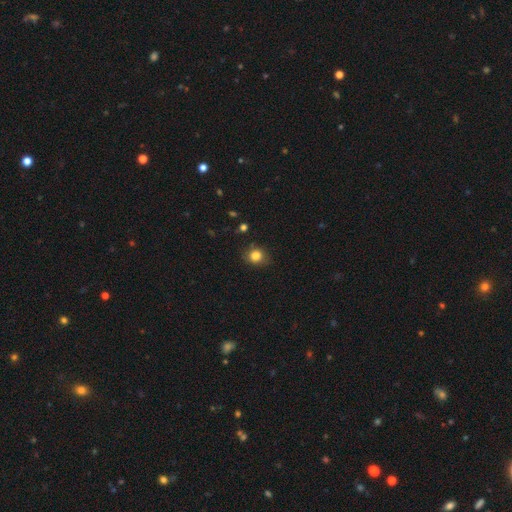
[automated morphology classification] A smooth galaxy with no disk features (83%) that is round (74%).

Vote fractions:
- Smooth or featured? smooth: 83% / star or artifact: 11% / featured or disk: 6%
- How rounded? round: 74% / in between: 25% / cigar-shaped: 1%
- Merging? none: 80% / minor disturbance: 15% / major disturbance: 3% / merger: 2%